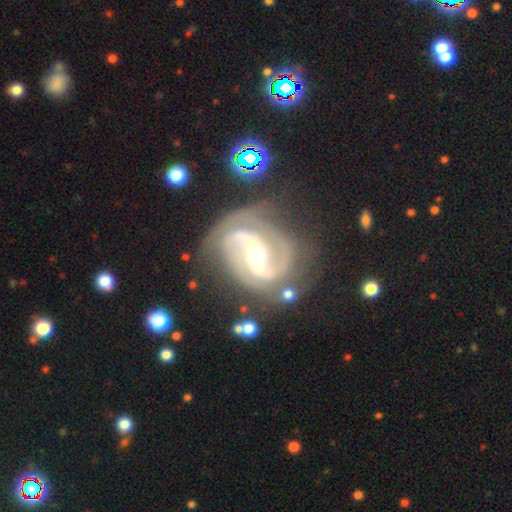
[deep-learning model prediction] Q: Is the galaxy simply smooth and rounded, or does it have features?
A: featured or disk — 91%.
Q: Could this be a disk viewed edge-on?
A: no — 97%.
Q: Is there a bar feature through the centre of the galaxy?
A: strong — 43%.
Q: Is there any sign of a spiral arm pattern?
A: yes — 98%.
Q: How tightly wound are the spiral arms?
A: medium — 57%.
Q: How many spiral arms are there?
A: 2 — 86%.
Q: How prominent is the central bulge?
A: small — 49%.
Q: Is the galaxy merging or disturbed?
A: none — 69%.